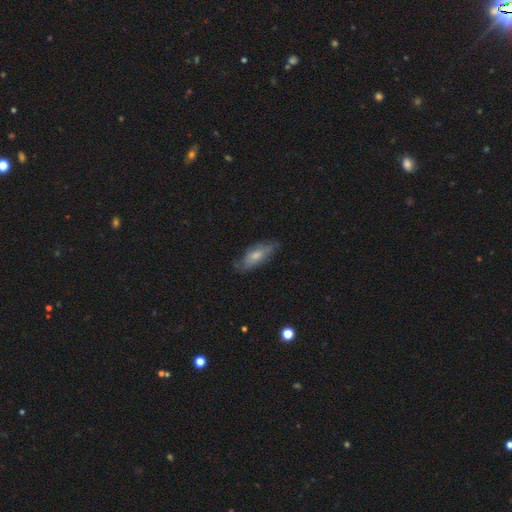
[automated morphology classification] Smooth or featured? smooth (56%)
How rounded? in between (69%)
Merging? none (64%)